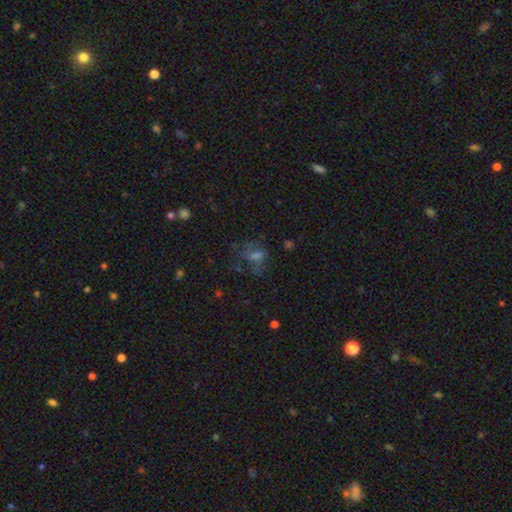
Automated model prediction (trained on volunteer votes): Smooth or featured? smooth (38%)
Merging? none (51%)